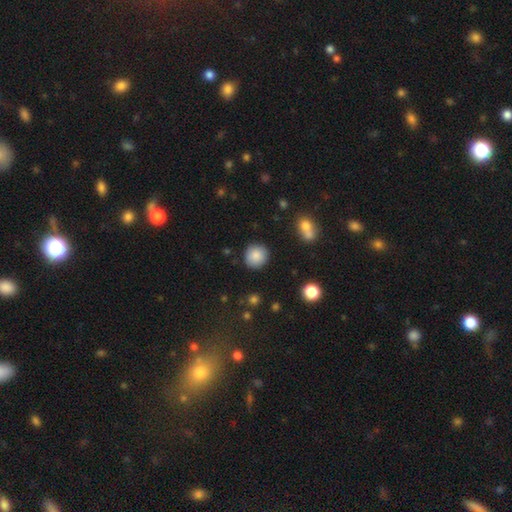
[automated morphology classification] smooth_or_featured: smooth (p=0.87) [alt: star or artifact p=0.08]
how_rounded: round (p=0.90) [alt: in between p=0.09]
merging: none (p=0.87) [alt: minor disturbance p=0.09]